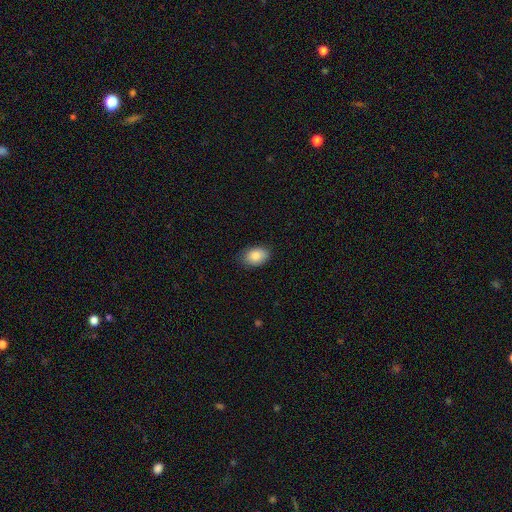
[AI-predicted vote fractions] Smooth or featured? Predicted: smooth (p=0.87). How rounded? Predicted: in between (p=0.84). Merging? Predicted: none (p=0.83).